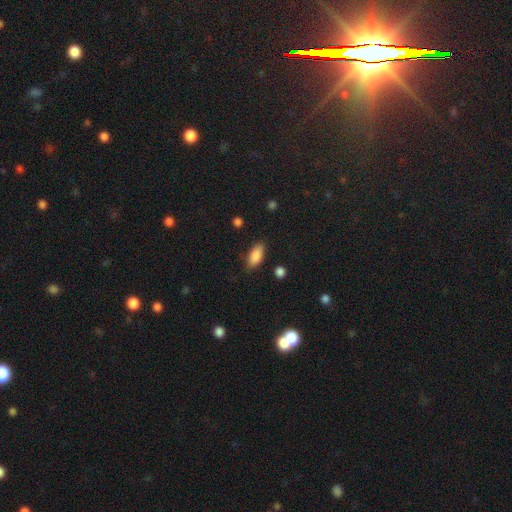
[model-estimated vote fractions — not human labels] smooth-or-featured: smooth: 86% | star or artifact: 7% | featured or disk: 6%
  how-rounded: in between: 86% | cigar-shaped: 11% | round: 3%
  merging: none: 82% | minor disturbance: 13% | major disturbance: 3% | merger: 2%